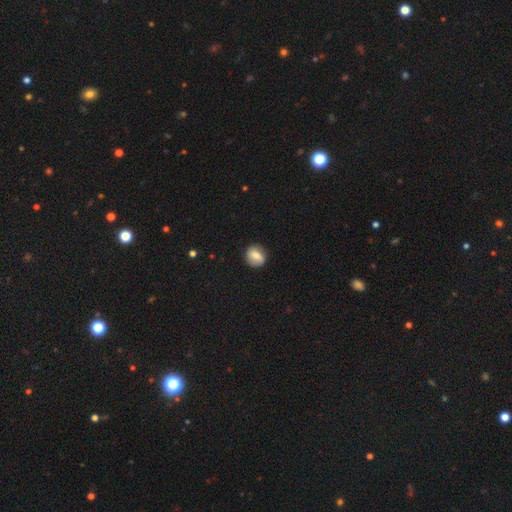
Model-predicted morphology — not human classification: This appears to be a smooth galaxy with no disk features (67%) that is round (77%). Merging: none (83%).